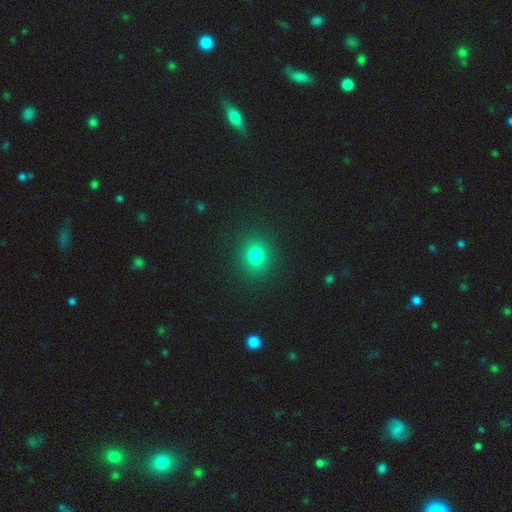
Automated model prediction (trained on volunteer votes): Morphology: type=smooth (79%); roundness=round (76%); merging=none (89%).